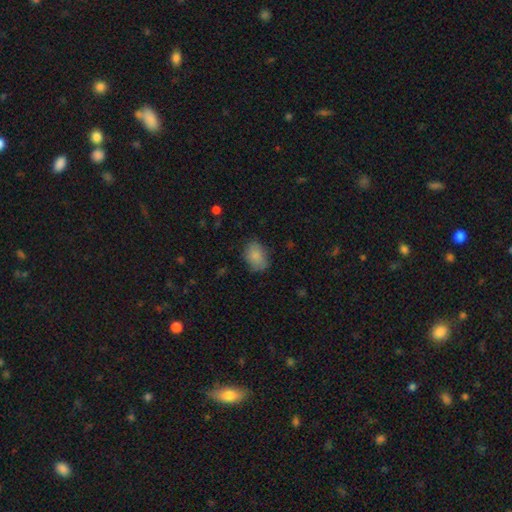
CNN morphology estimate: Smooth or featured? Predicted: smooth (p=0.86). How rounded? Predicted: in between (p=0.76). Merging? Predicted: none (p=0.76).